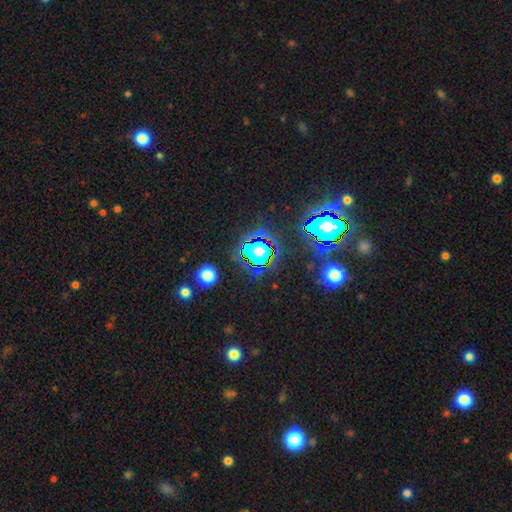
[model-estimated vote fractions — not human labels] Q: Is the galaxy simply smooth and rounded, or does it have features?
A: star or artifact — 80%.